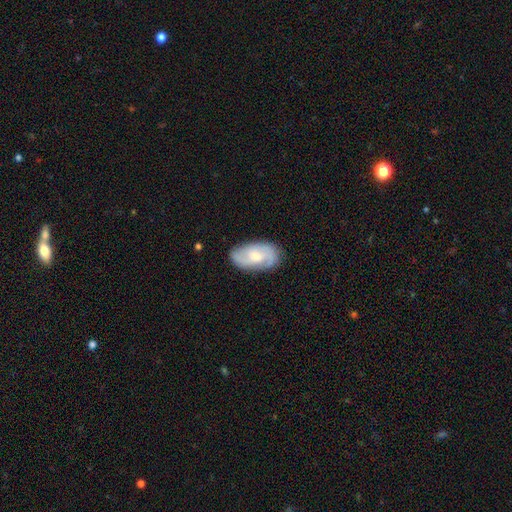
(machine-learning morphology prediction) Overall: featured or disk (64%; smooth 30%). Edge-on disk: no (95%). Bar: no (54%; weak 39%). Spiral arms: yes (90%). Spiral arm count: 2 (63%). Spiral winding: medium (45%; tight 33%). Bulge size: moderate (50%; small 41%). Merging: none (77%).